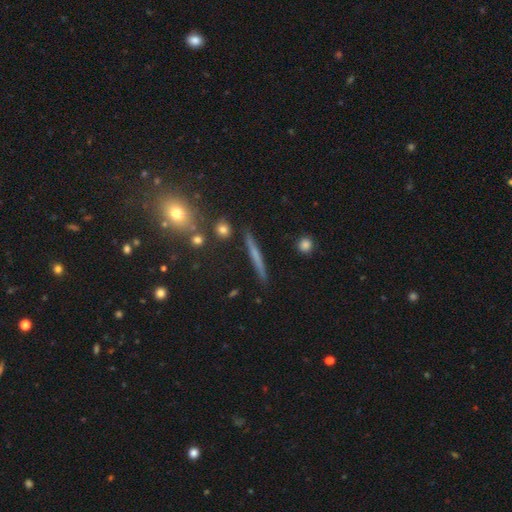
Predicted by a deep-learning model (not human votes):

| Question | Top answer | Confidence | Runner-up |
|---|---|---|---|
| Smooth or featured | featured or disk | 45% | tied: smooth (45%) |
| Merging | none | 87% | minor disturbance (8%) |